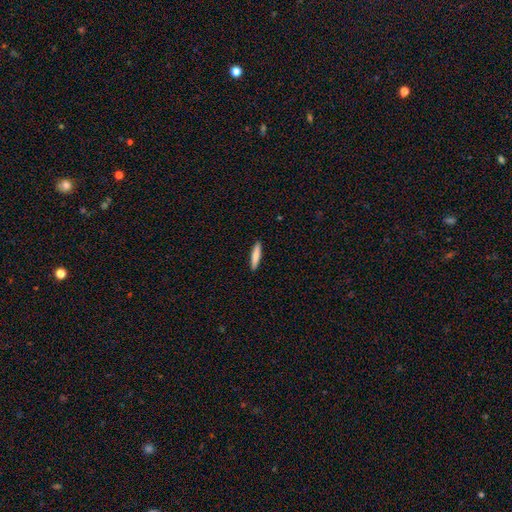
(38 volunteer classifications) smooth-or-featured: smooth: 74% | featured or disk: 24% | star or artifact: 3%
  how-rounded: cigar-shaped: 79% | in between: 14% | round: 7%
  merging: none: 92% | merger: 5% | minor disturbance: 3% | major disturbance: 0%